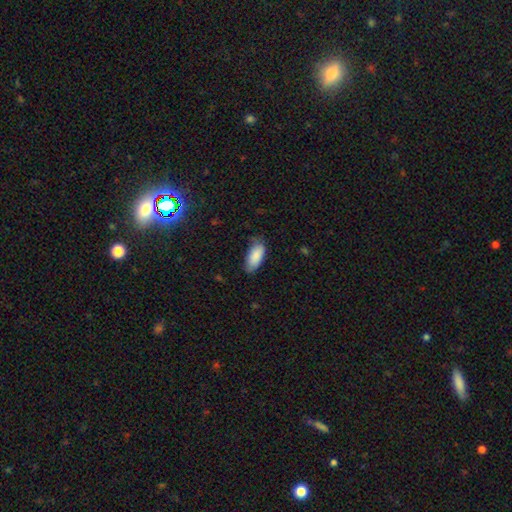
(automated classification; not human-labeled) Smooth or featured: smooth — 86% (featured or disk — 7%)
How rounded: in between — 89% (cigar-shaped — 9%)
Merging: none — 64% (minor disturbance — 29%)